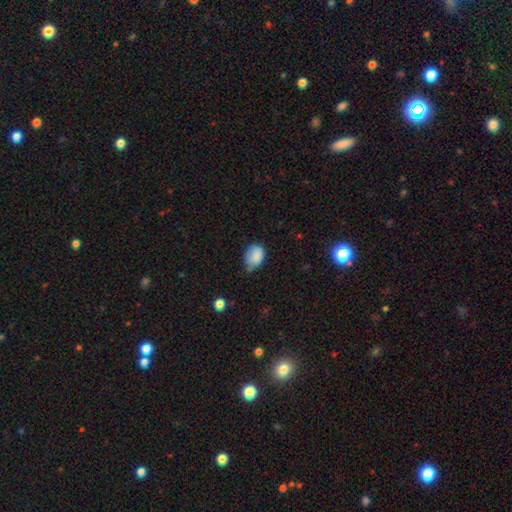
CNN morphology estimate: smooth-or-featured: smooth: 85% | star or artifact: 8% | featured or disk: 7%
  how-rounded: in between: 75% | round: 24% | cigar-shaped: 1%
  merging: minor disturbance: 49% | none: 38% | major disturbance: 11% | merger: 2%